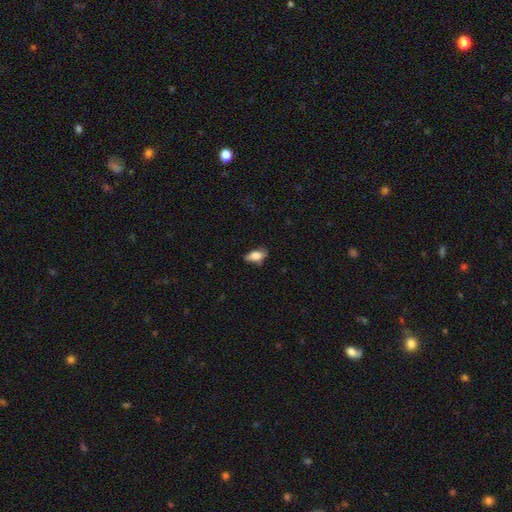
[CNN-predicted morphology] This is likely a smooth galaxy (78%). How rounded: clearly in between (86%). Merging: likely none (65%).